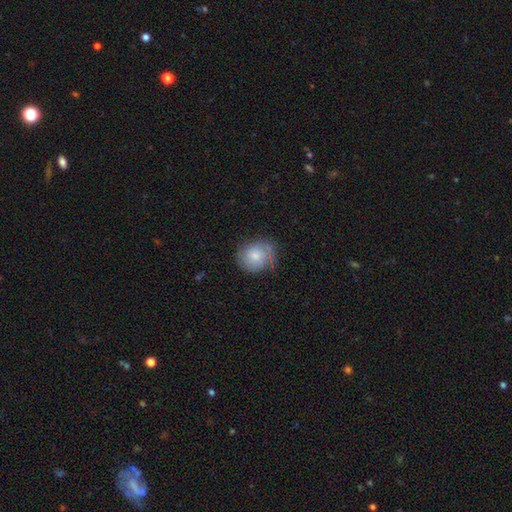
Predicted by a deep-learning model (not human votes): Overall: smooth (66%; featured or disk 27%). How rounded: round (72%). Merging: none (64%; minor disturbance 25%).